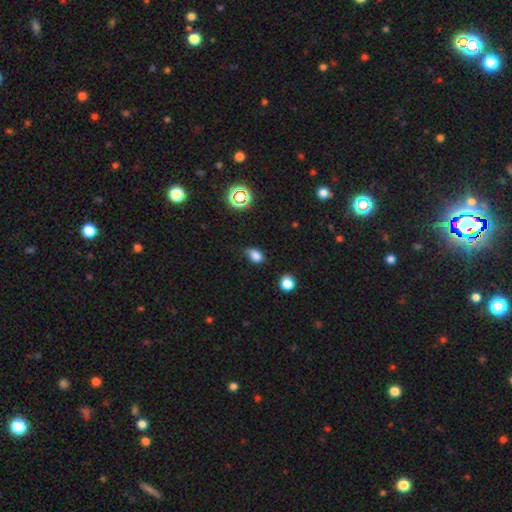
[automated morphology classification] A smooth galaxy with no disk features (80%) that is in between round and cigar-shaped (70%). Merging: none (50%).